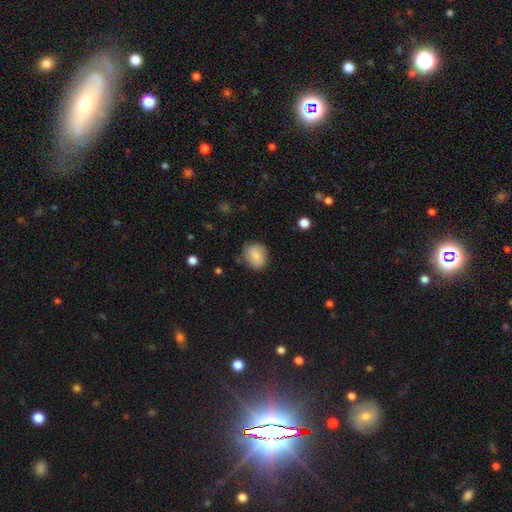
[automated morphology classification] Smooth or featured: smooth — 83% (featured or disk — 9%)
How rounded: round — 57% (in between — 43%)
Merging: none — 72% (minor disturbance — 21%)